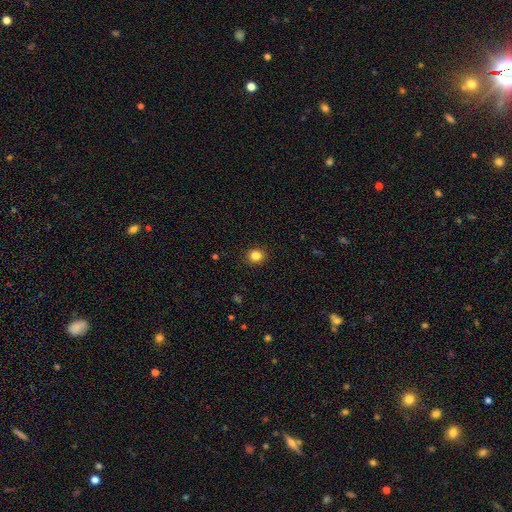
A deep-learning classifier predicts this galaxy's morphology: type=smooth (84%); roundness=round (82%); merging=none (91%).